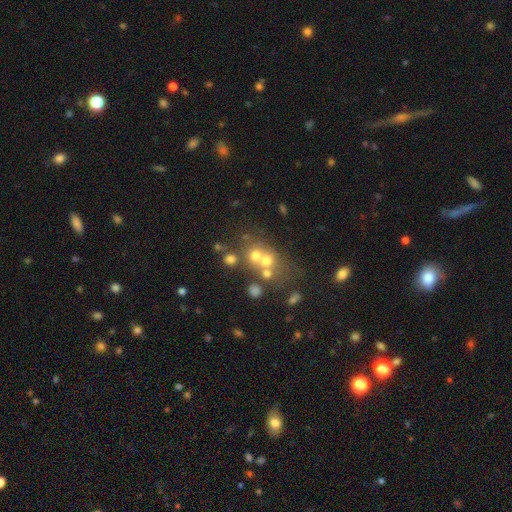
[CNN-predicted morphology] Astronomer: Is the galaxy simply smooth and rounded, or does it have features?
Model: smooth — 57%.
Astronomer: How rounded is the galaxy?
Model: round — 78%.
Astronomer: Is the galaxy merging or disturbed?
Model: merger — 46% (runner-up: none, 41%).